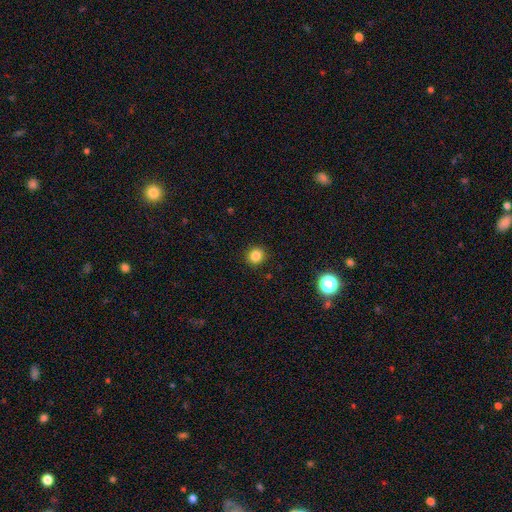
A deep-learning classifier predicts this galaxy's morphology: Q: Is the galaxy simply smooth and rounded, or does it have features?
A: smooth — 84%.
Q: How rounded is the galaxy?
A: round — 87%.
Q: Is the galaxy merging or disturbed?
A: none — 91%.